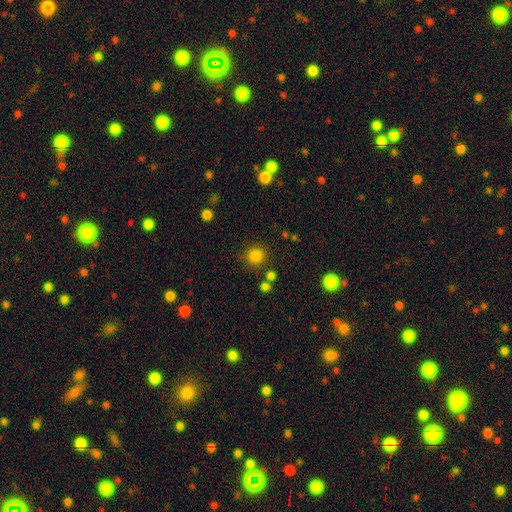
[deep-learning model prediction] Overall: smooth (83%). How rounded: round (91%). Merging: none (84%).